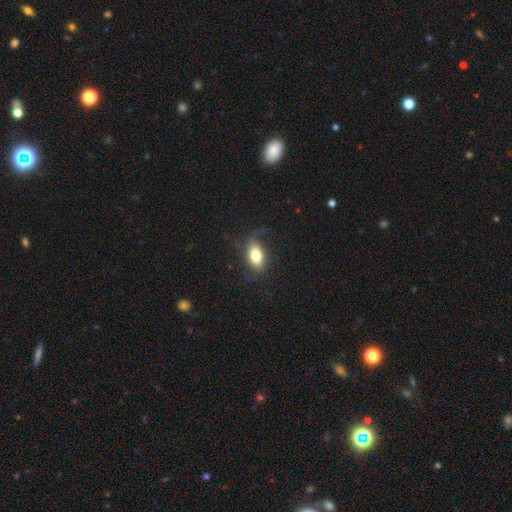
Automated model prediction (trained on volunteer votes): This appears to be a smooth galaxy with no disk features (69%) that is in between round and cigar-shaped (87%). Merging: none (65%).